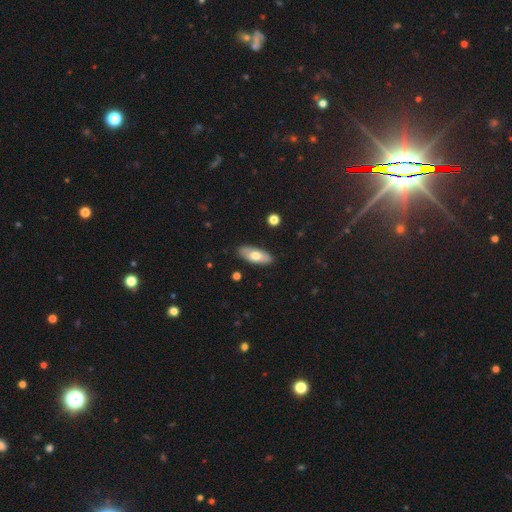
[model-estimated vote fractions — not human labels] A smooth galaxy with no disk features (64%) that is in between round and cigar-shaped (83%).

Vote fractions:
- Smooth or featured? smooth: 64% / featured or disk: 30% / star or artifact: 6%
- How rounded? in between: 83% / cigar-shaped: 14% / round: 3%
- Merging? none: 87% / minor disturbance: 10% / major disturbance: 2% / merger: 1%